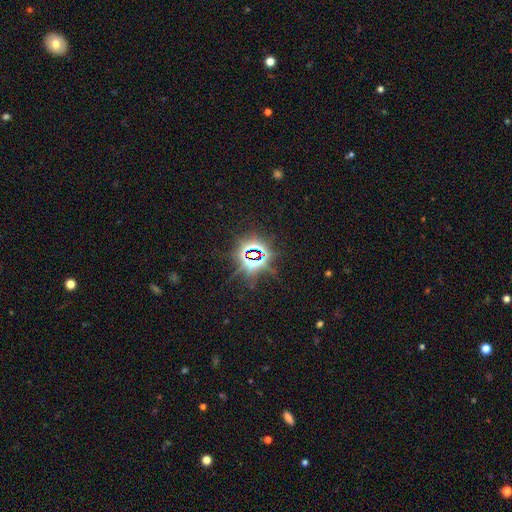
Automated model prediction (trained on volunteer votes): Smooth or featured: star or artifact — 83% (smooth — 9%)